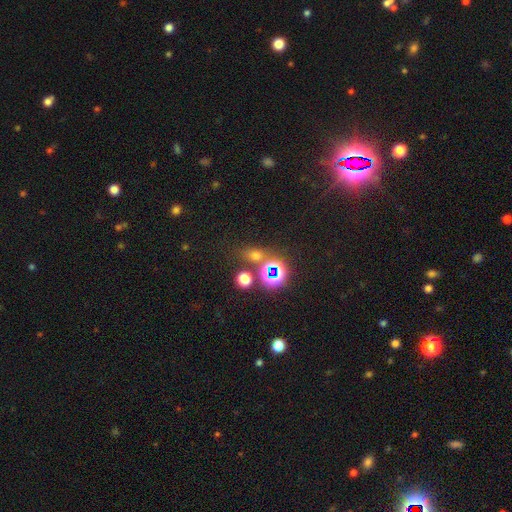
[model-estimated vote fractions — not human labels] Smooth or featured?
  - smooth: 50% *
  - star or artifact: 42%
  - featured or disk: 8%
Merging?
  - none: 69% *
  - merger: 15%
  - minor disturbance: 10%
  - major disturbance: 5%